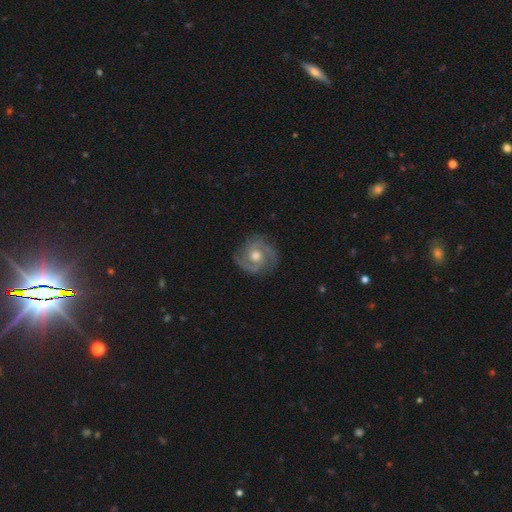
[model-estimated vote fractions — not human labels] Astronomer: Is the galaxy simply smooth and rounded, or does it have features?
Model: featured or disk — 84%.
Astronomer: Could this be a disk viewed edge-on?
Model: no — 98%.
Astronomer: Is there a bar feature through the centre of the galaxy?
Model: no — 65%.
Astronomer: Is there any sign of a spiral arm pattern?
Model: yes — 96%.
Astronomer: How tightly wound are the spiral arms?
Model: medium — 46% (runner-up: tight, 43%).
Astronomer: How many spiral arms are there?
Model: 2 — 64%.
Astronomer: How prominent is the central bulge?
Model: moderate — 75%.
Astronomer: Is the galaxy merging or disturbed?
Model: none — 81%.